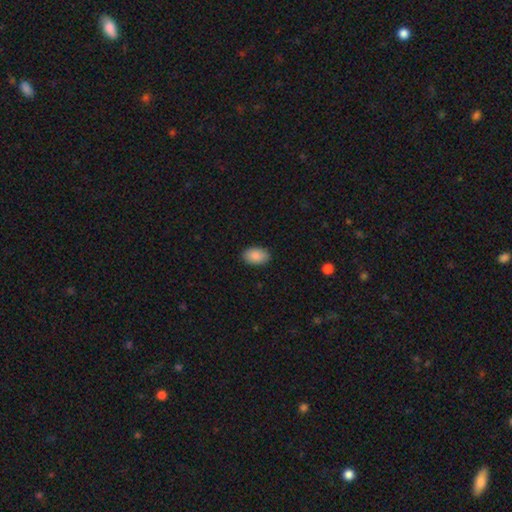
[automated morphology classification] smooth 89%, star or artifact 7%, featured or disk 4%. Down the decision tree: how rounded — in between (90%); merging — none (89%).